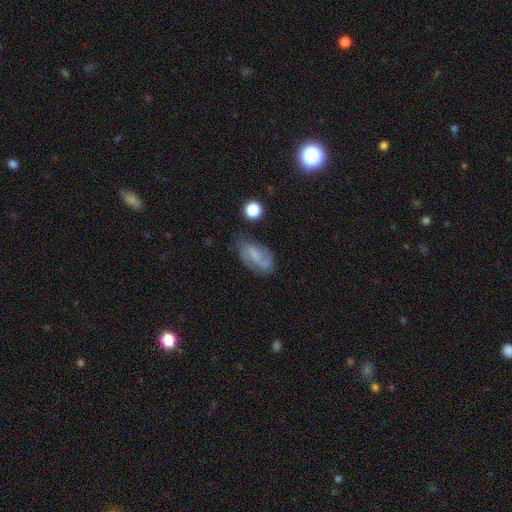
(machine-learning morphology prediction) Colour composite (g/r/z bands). It shows a featured or disk galaxy (57%) with a weak bar (44%), spiral arms (82%) and no central bulge (46%). Merging: none (63%).